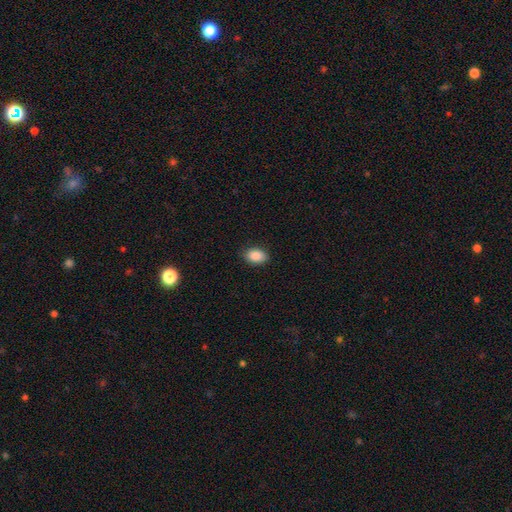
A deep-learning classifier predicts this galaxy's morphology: smooth_or_featured: smooth (p=0.88) [alt: star or artifact p=0.08]
how_rounded: in between (p=0.81) [alt: round p=0.18]
merging: none (p=0.88) [alt: minor disturbance p=0.09]